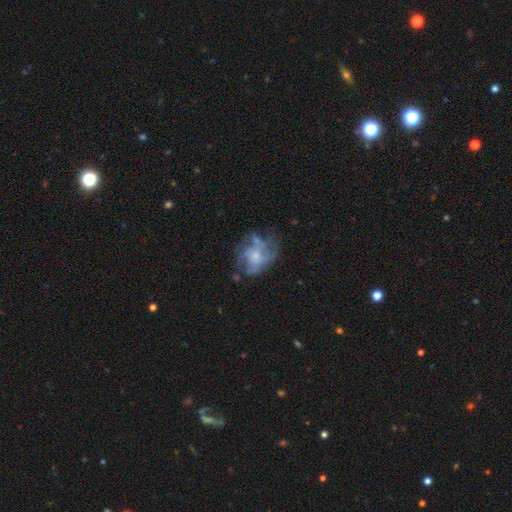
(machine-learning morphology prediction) A featured or disk galaxy (59%) with no bar (81%), no spiral arms (57%) and a small central bulge (40%). Merging: none (45%).